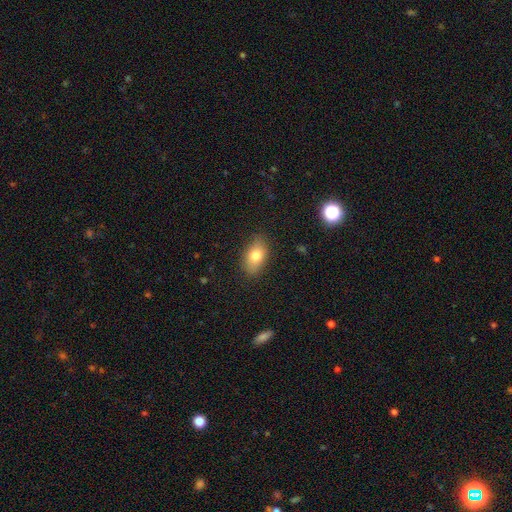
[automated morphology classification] This is likely a smooth galaxy (78%). How rounded: clearly in between (88%). Merging: clearly none (84%).